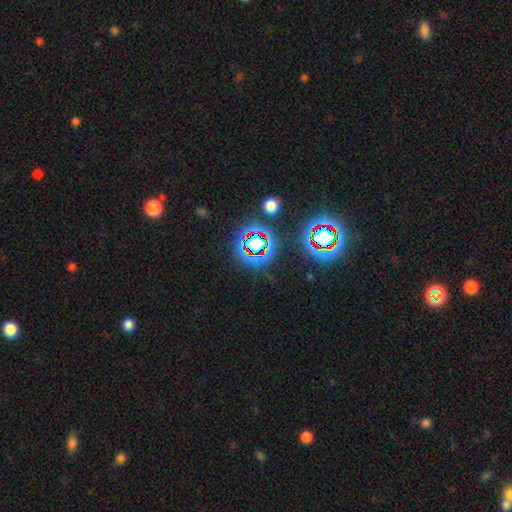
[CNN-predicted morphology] Smooth or featured?
  - star or artifact: 65% *
  - smooth: 18%
  - featured or disk: 17%